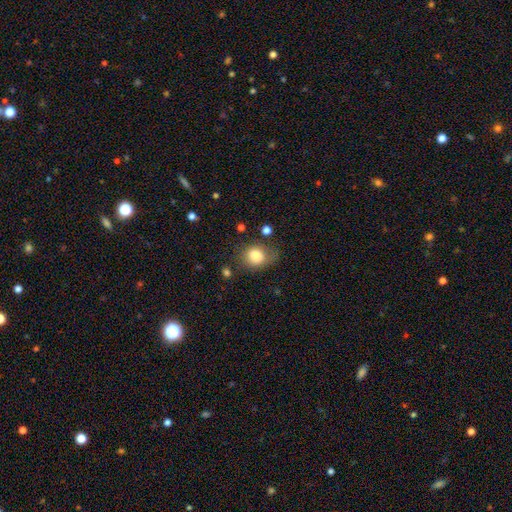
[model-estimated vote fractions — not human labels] The model was most divided on "merging": none: 59%, minor disturbance: 25%, major disturbance: 12%, merger: 5%. More confident: smooth or featured — smooth (81%); how rounded — round (68%).